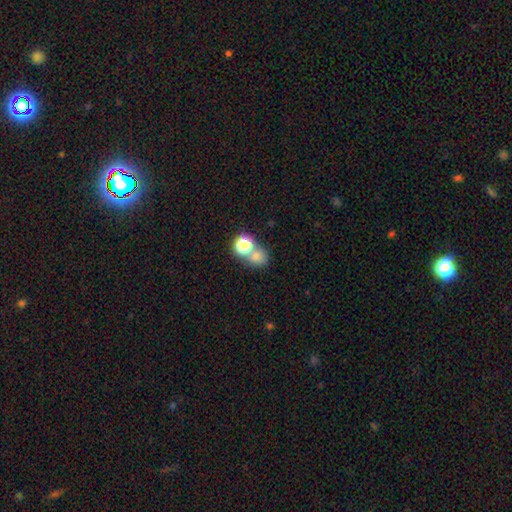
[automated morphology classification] This appears to be a smooth galaxy with no disk features (70%) that is round (75%). Merging: none (47%).